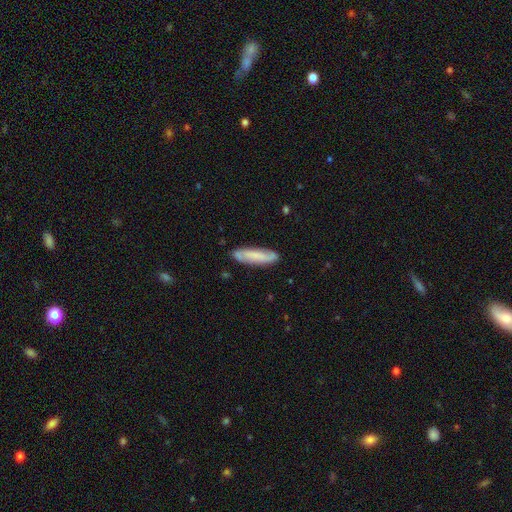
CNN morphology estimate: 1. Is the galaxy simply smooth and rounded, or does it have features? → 60% smooth, 33% featured or disk, 7% star or artifact.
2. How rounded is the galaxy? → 70% cigar-shaped, 28% in between, 2% round.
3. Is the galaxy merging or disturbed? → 83% none, 13% minor disturbance, 3% major disturbance, 2% merger.